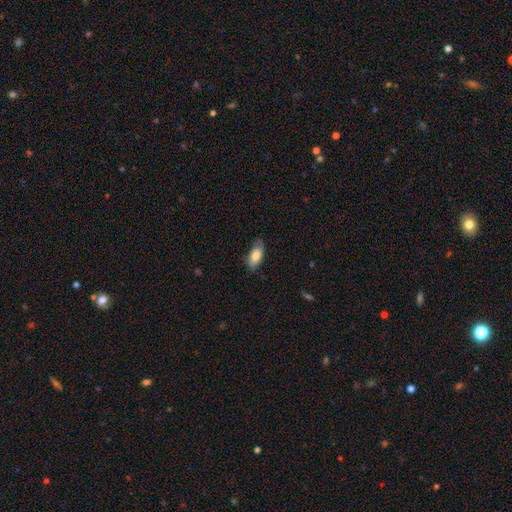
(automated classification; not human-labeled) Morphology: type=smooth (74%); roundness=in between (87%); merging=none (70%).